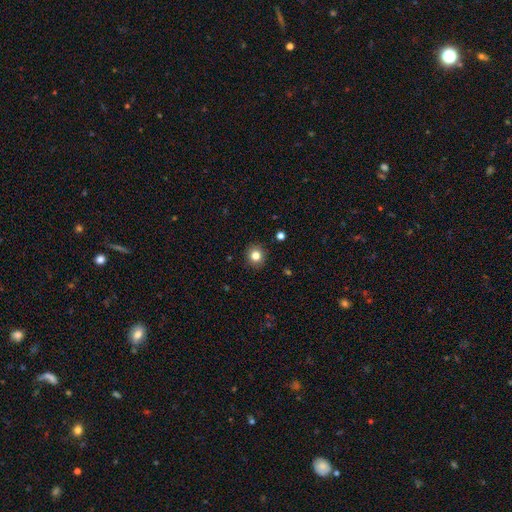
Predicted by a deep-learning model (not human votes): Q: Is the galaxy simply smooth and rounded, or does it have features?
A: smooth — 82%.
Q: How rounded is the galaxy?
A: round — 88%.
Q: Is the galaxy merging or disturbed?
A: none — 91%.